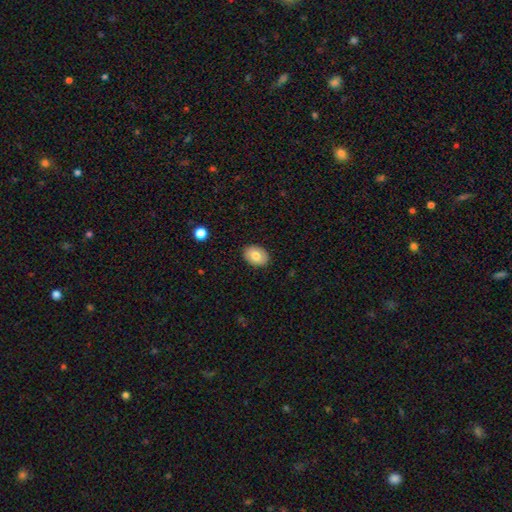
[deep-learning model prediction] Q: Smooth or featured?
A: smooth (77%); runner-up: featured or disk (16%)
Q: How rounded?
A: in between (72%); runner-up: round (27%)
Q: Merging?
A: none (89%); runner-up: minor disturbance (8%)